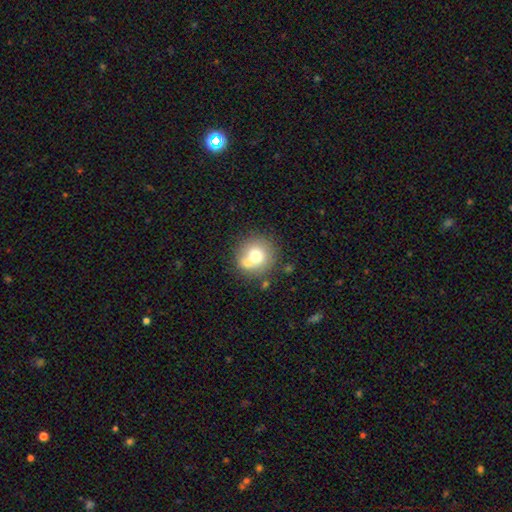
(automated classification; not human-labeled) Smooth or featured? Predicted: smooth (p=0.69). How rounded? Predicted: round (p=0.91). Merging? Predicted: none (p=0.56).